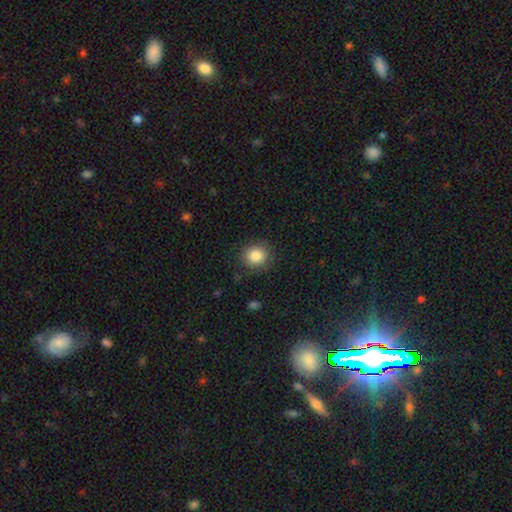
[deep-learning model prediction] A smooth galaxy with no disk features (85%) that is round (85%). Merging: none (86%).